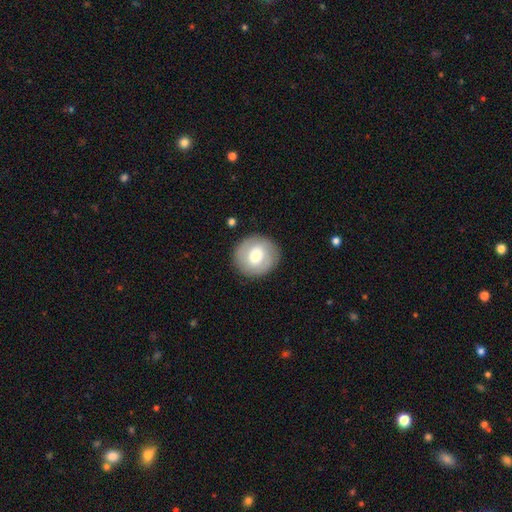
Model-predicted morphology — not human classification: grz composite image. It shows a smooth galaxy with no disk features (62%) that is round (90%). Merging: none (88%).